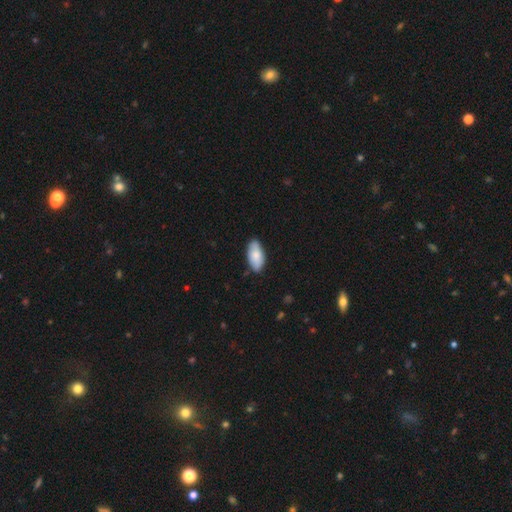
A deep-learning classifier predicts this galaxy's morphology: Smooth or featured? smooth (81%)
How rounded? in between (94%)
Merging? none (83%)